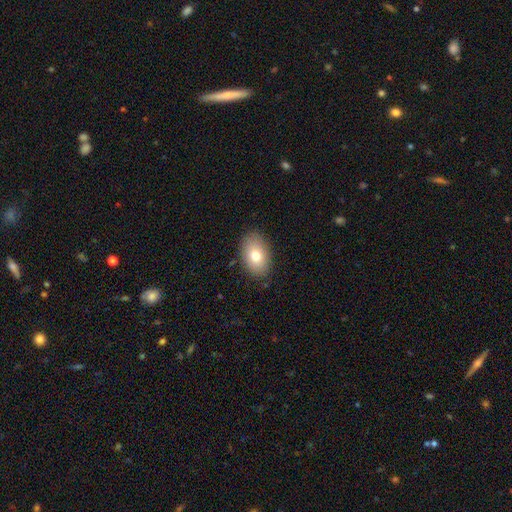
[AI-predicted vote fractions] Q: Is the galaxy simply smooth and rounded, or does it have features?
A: smooth — 77%.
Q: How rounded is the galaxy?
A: in between — 86%.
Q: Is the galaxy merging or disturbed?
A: none — 86%.